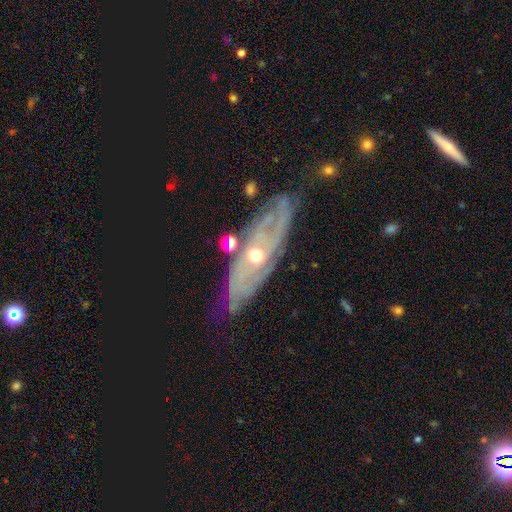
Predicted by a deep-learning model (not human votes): Overall: featured or disk (83%). Edge-on disk: no (79%). Bar: no (73%). Spiral arms: yes (87%). Spiral arm count: can't tell (49%; 2 22%). Spiral winding: tight (69%). Bulge size: moderate (58%; small 38%). Merging: none (72%).